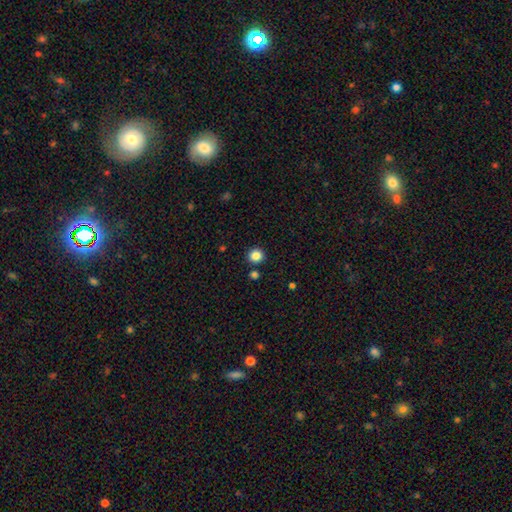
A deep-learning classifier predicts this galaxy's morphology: This appears to be a smooth galaxy with no disk features (85%) that is round (93%). Merging: none (88%).